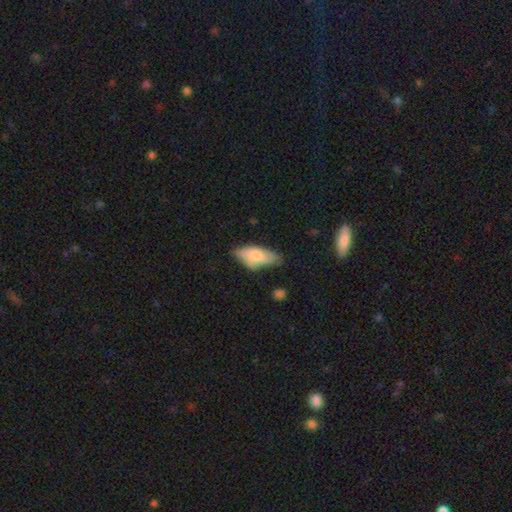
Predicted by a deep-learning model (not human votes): Smooth or featured?
  - smooth: 71% *
  - featured or disk: 22%
  - star or artifact: 7%
How rounded?
  - in between: 83% *
  - cigar-shaped: 15%
  - round: 2%
Merging?
  - none: 45% *
  - minor disturbance: 38%
  - major disturbance: 13%
  - merger: 4%